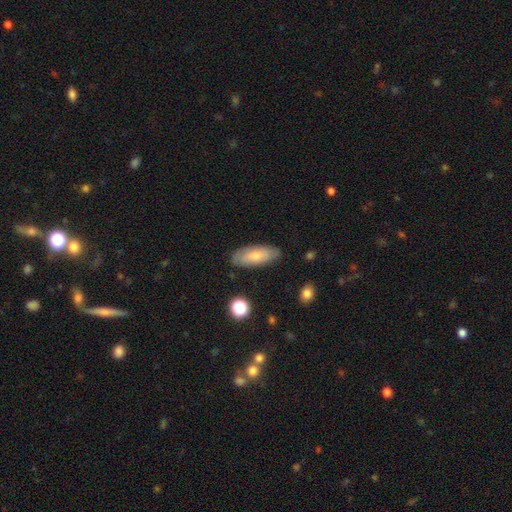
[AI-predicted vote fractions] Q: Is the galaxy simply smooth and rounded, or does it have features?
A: smooth — 63%.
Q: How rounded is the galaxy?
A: in between — 78%.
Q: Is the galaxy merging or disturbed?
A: none — 82%.